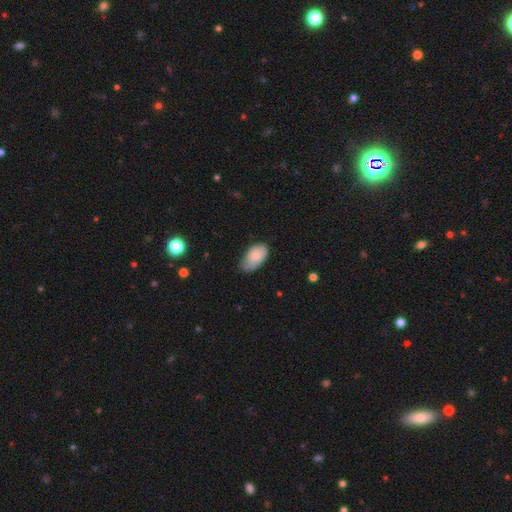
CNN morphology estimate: Q: Smooth or featured?
A: smooth (81%); runner-up: featured or disk (12%)
Q: How rounded?
A: in between (94%); runner-up: round (4%)
Q: Merging?
A: none (56%); runner-up: minor disturbance (36%)